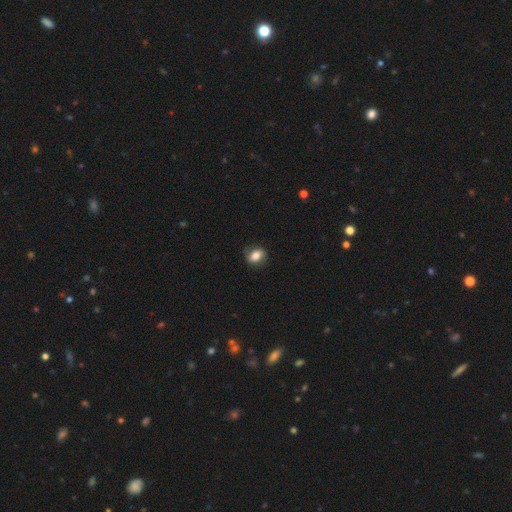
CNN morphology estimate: Smooth or featured?
  - smooth: 73% *
  - featured or disk: 18%
  - star or artifact: 9%
How rounded?
  - in between: 60% *
  - round: 39%
  - cigar-shaped: 1%
Merging?
  - none: 78% *
  - minor disturbance: 16%
  - major disturbance: 5%
  - merger: 1%